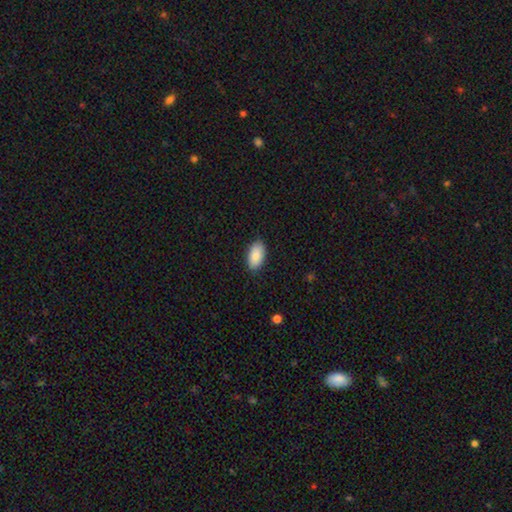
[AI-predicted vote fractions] A smooth galaxy with no disk features (89%) that is in between round and cigar-shaped (95%).

Vote fractions:
- Smooth or featured? smooth: 89% / star or artifact: 6% / featured or disk: 5%
- How rounded? in between: 95% / round: 3% / cigar-shaped: 2%
- Merging? none: 87% / minor disturbance: 10% / major disturbance: 2% / merger: 1%